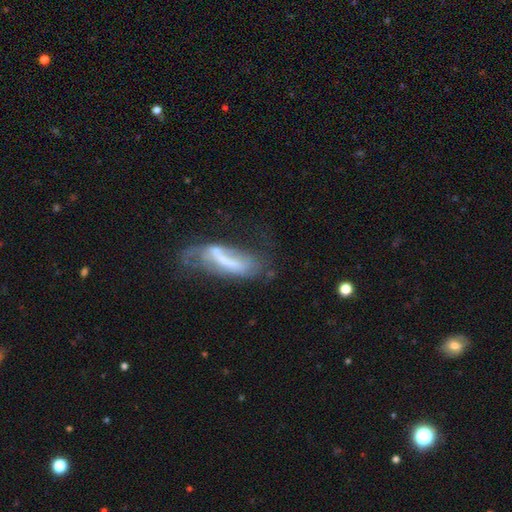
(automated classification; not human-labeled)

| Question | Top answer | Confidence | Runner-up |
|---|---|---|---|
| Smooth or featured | featured or disk | 62% | smooth (26%) |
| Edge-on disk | no | 75% | yes (25%) |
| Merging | none | 45% | minor disturbance (26%) |